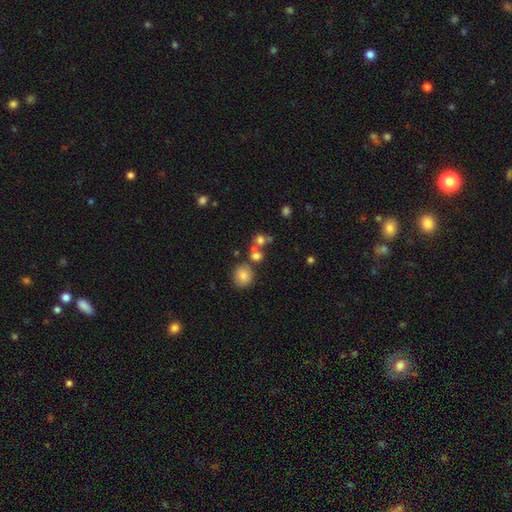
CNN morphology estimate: Smooth or featured? smooth (65%)
How rounded? round (82%)
Merging? none (60%)